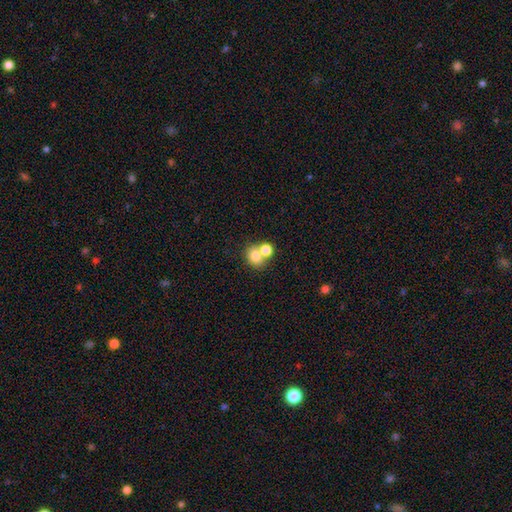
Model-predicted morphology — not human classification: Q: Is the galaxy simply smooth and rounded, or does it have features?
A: smooth — 78%.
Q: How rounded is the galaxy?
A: round — 59%.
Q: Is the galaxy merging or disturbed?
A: merger — 51%.